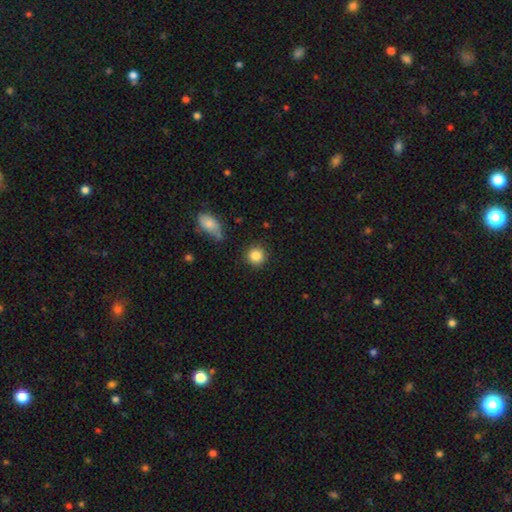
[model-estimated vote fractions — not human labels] Overall: smooth (86%). How rounded: round (92%). Merging: none (86%).